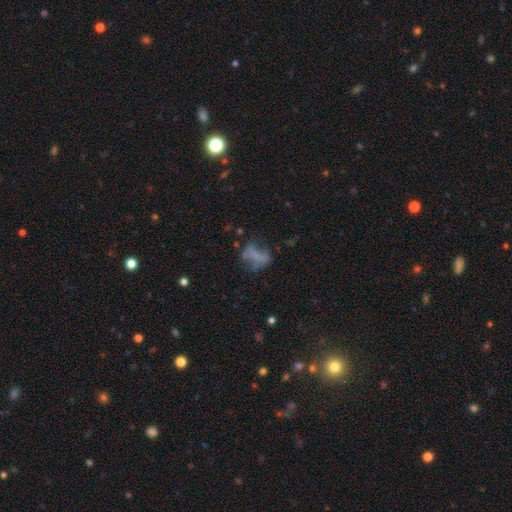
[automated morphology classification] Smooth or featured: smooth — 45% (featured or disk — 38%)
Merging: none — 37% (major disturbance — 34%)